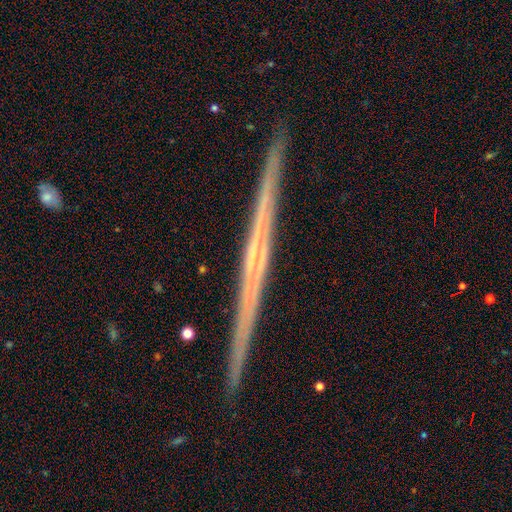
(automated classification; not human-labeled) A featured or disk galaxy (81%) viewed edge-on (99%) with no central bulge (57%). Merging: none (93%).